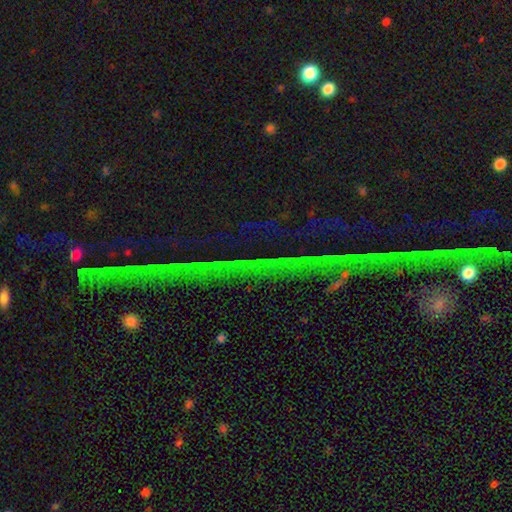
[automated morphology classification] Smooth or featured: star or artifact — 82% (featured or disk — 10%)